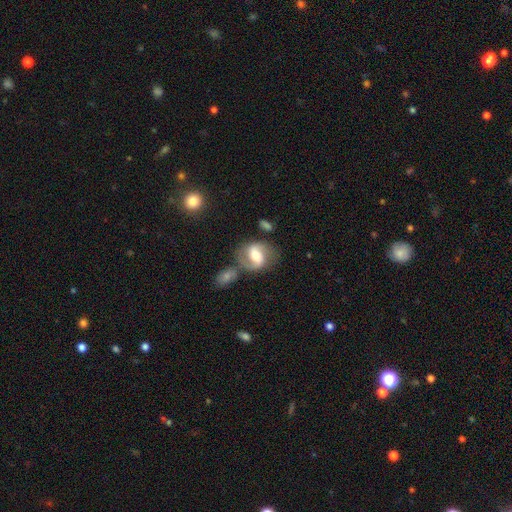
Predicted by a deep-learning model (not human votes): Overall: featured or disk (69%). Edge-on disk: no (97%). Bar: weak (45%; strong 34%). Spiral arms: yes (88%). Spiral arm count: 2 (87%). Spiral winding: medium (50%; loose 33%). Bulge size: moderate (57%; large 23%). Merging: none (60%).